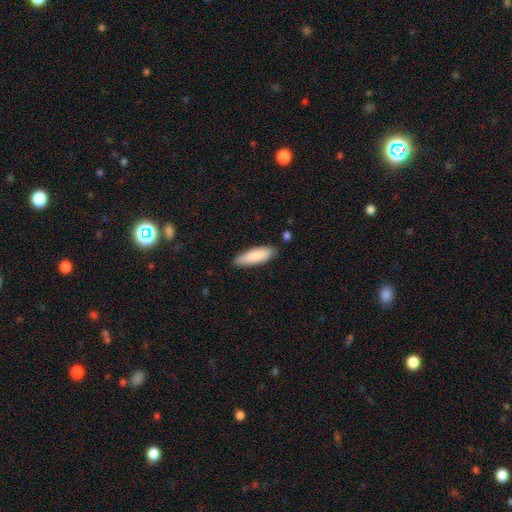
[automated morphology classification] This appears to be a smooth galaxy with no disk features (82%) that is in between round and cigar-shaped (52%). Merging: none (84%).